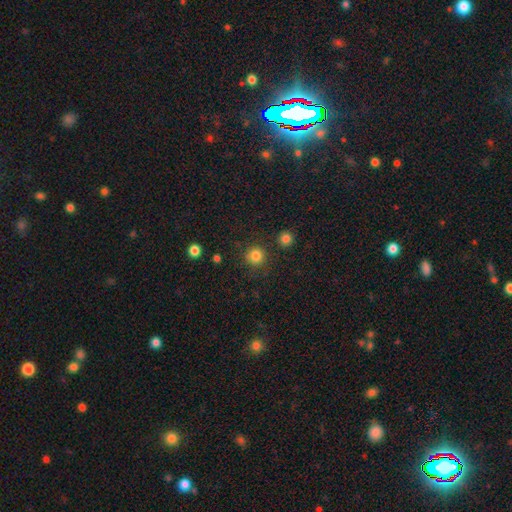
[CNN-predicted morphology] type=smooth (83%); roundness=round (93%); merging=none (86%).